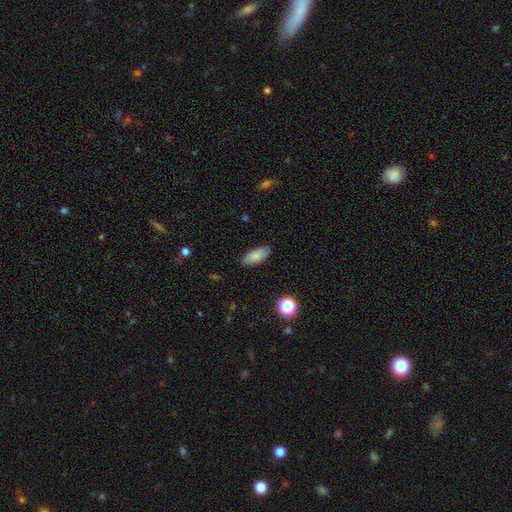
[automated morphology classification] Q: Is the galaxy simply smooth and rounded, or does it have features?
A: smooth — 85%.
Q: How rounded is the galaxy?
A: in between — 88%.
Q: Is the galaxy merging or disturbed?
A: none — 86%.